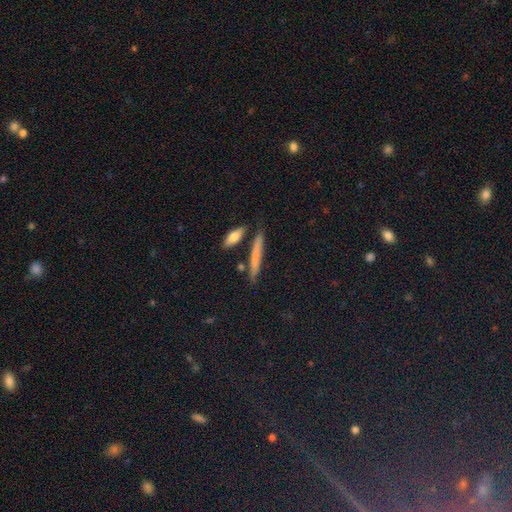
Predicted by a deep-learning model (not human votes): Q: Smooth or featured?
A: smooth (67%); runner-up: featured or disk (25%)
Q: How rounded?
A: cigar-shaped (90%); runner-up: in between (7%)
Q: Merging?
A: none (81%); runner-up: minor disturbance (10%)